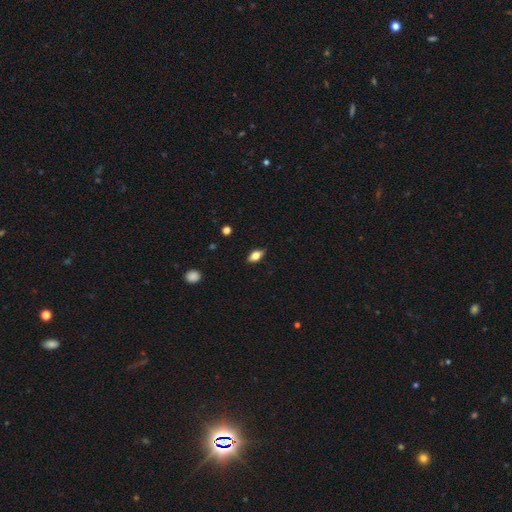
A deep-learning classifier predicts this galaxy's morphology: Smooth or featured: smooth — 69% (featured or disk — 22%)
How rounded: in between — 85% (cigar-shaped — 8%)
Merging: none — 87% (minor disturbance — 10%)